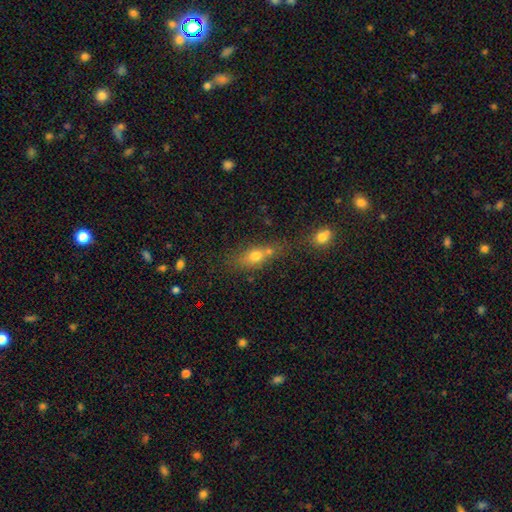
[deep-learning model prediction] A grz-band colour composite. It shows a smooth galaxy with no disk features (69%) that is in between round and cigar-shaped (60%). Merging: none (41%).